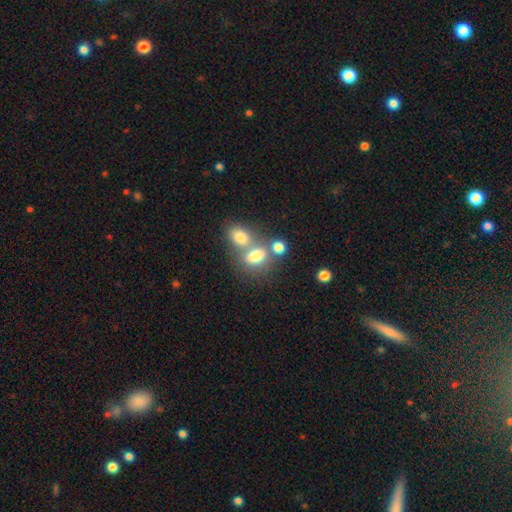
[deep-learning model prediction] A smooth galaxy with no disk features (75%) that is in between round and cigar-shaped (71%).

Vote fractions:
- Smooth or featured? smooth: 75% / featured or disk: 14% / star or artifact: 11%
- How rounded? in between: 71% / round: 27% / cigar-shaped: 2%
- Merging? merger: 49% / none: 35% / minor disturbance: 10% / major disturbance: 6%